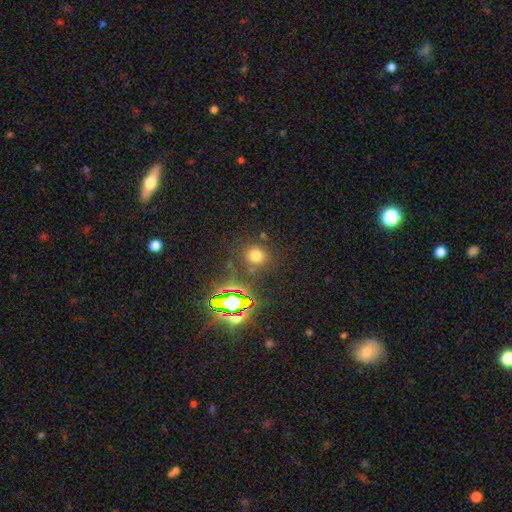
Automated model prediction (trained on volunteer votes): Q: Smooth or featured?
A: smooth (63%); runner-up: star or artifact (29%)
Q: How rounded?
A: round (84%); runner-up: in between (14%)
Q: Merging?
A: none (78%); runner-up: minor disturbance (11%)